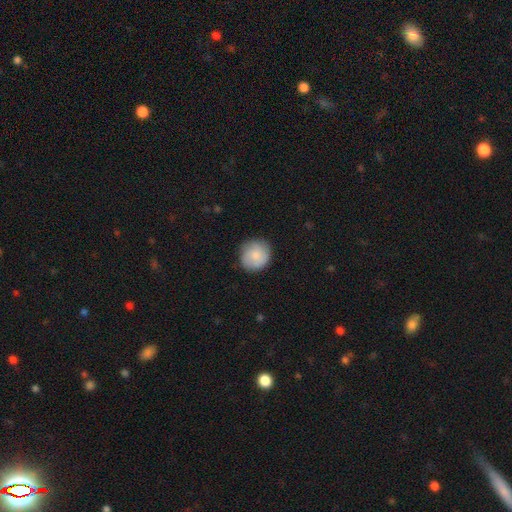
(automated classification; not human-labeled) This appears to be a smooth galaxy with no disk features (79%) that is round (91%). Merging: none (84%).